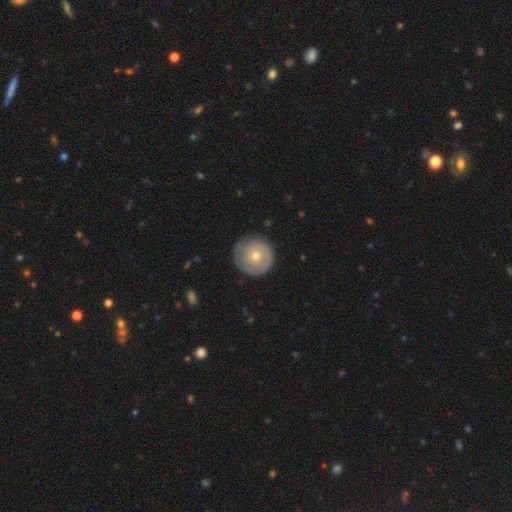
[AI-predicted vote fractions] A smooth galaxy with no disk features (53%) that is round (94%).

Vote fractions:
- Smooth or featured? smooth: 53% / featured or disk: 40% / star or artifact: 7%
- How rounded? round: 94% / in between: 5% / cigar-shaped: 1%
- Merging? none: 82% / minor disturbance: 14% / major disturbance: 3% / merger: 1%